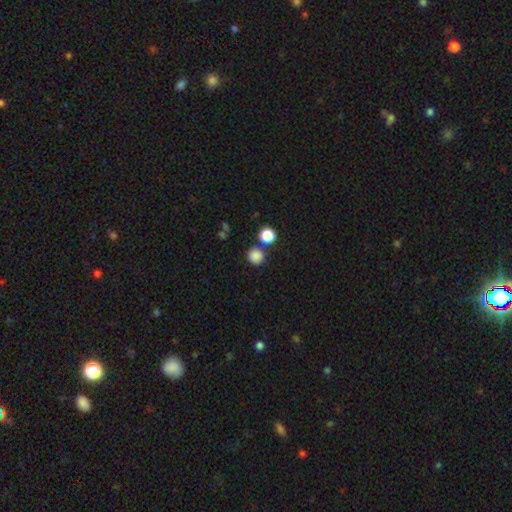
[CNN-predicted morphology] type=smooth (85%); roundness=round (88%); merging=none (75%).